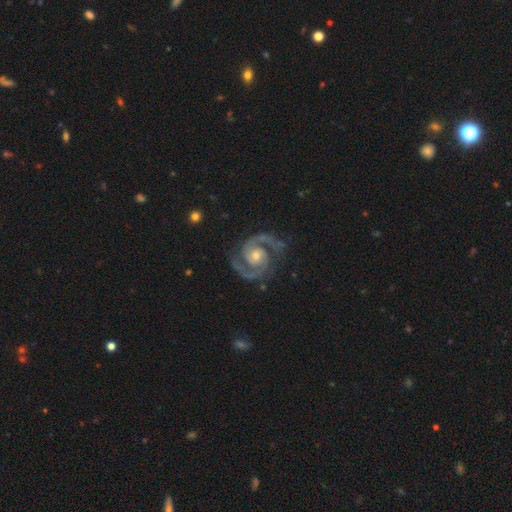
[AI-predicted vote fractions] Overall: featured or disk (94%). Edge-on disk: no (98%). Bar: no (61%; weak 29%). Spiral arms: yes (99%). Spiral arm count: 2 (94%). Spiral winding: medium (58%; tight 34%). Bulge size: moderate (50%; small 44%). Merging: none (83%).